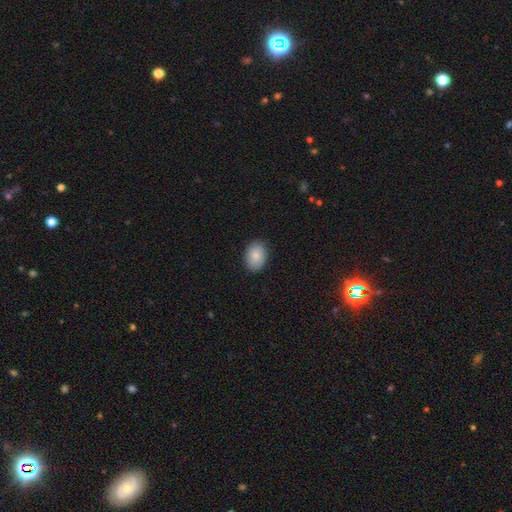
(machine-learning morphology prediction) The model was most divided on "how rounded": in between: 77%, round: 22%, cigar-shaped: 1%. More confident: merging — none (87%); smooth or featured — smooth (86%).